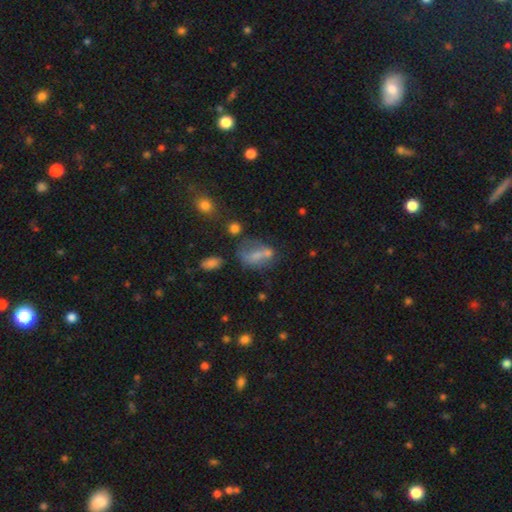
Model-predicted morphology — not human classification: This appears to be a smooth galaxy with no disk features (51%) that is in between round and cigar-shaped (71%). Merging: none (42%).